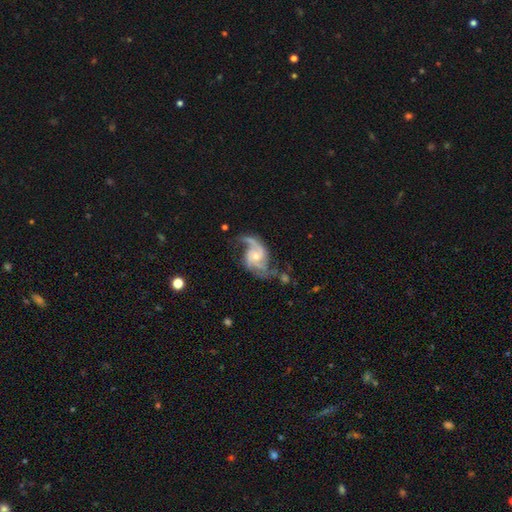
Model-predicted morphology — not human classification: Smooth or featured? featured or disk (90%)
Edge-on disk? no (98%)
Bar? no (58%)
Spiral arms? yes (97%)
Spiral winding? medium (44%)
Spiral arm count? 2 (74%)
Bulge size? moderate (49%)
Merging? none (58%)